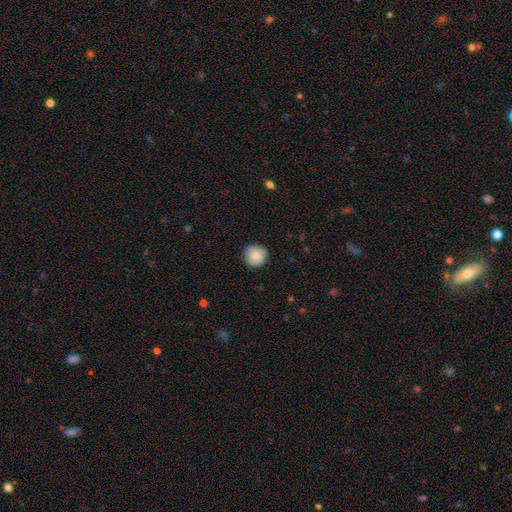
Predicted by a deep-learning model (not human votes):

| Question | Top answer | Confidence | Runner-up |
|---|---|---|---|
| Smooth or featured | smooth | 87% | star or artifact (8%) |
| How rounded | round | 94% | in between (5%) |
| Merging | none | 89% | minor disturbance (8%) |